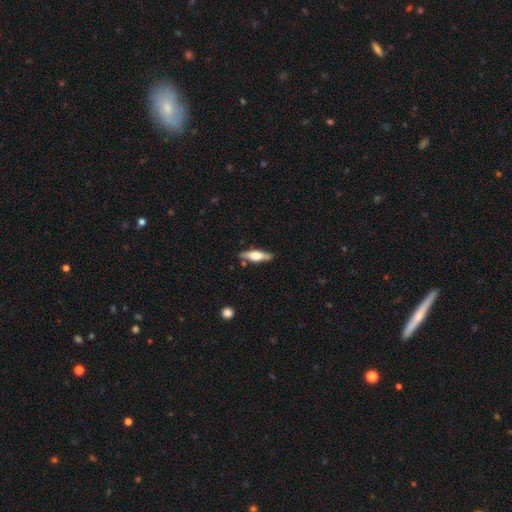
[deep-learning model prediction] Morphology: type=featured or disk (52%); edge-on=yes (93%); merging=none (83%).